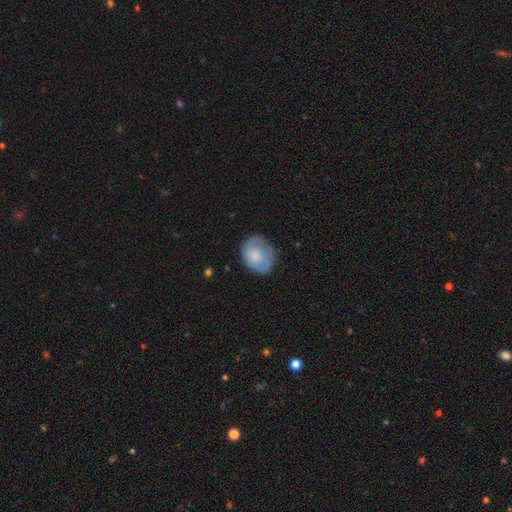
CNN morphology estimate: smooth_or_featured: smooth (p=0.60) [alt: featured or disk p=0.33]
how_rounded: round (p=0.52) [alt: in between p=0.47]
merging: none (p=0.72) [alt: minor disturbance p=0.20]